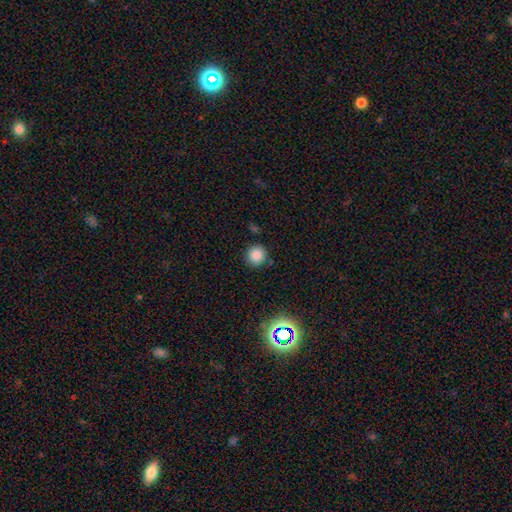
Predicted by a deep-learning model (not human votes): Q: Smooth or featured?
A: smooth (84%); runner-up: star or artifact (12%)
Q: How rounded?
A: round (93%); runner-up: in between (6%)
Q: Merging?
A: none (87%); runner-up: minor disturbance (7%)